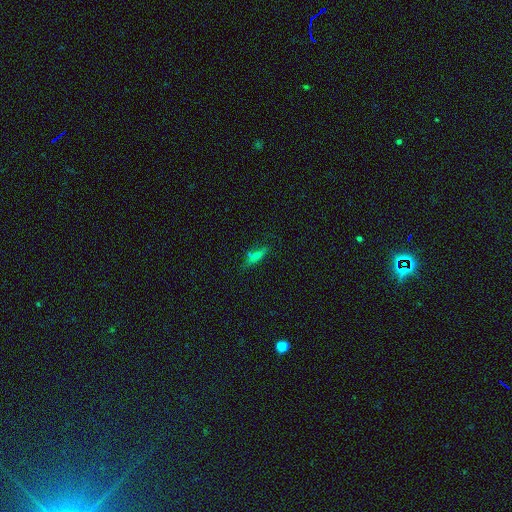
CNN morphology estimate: type=smooth (52%); roundness=cigar-shaped (57%); merging=none (74%).